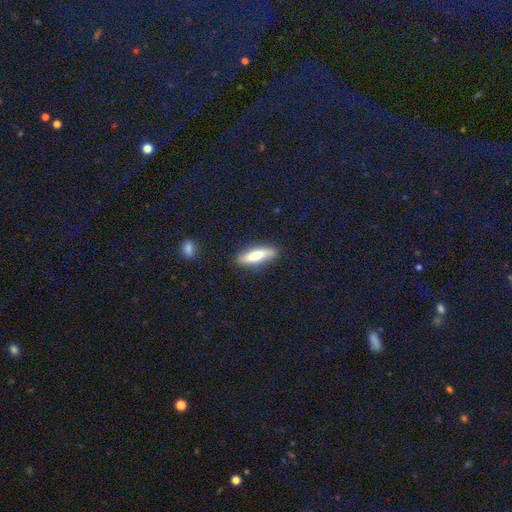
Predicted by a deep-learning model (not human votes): This is likely a smooth galaxy (65%). How rounded: likely cigar-shaped (65%). Merging: clearly none (85%).